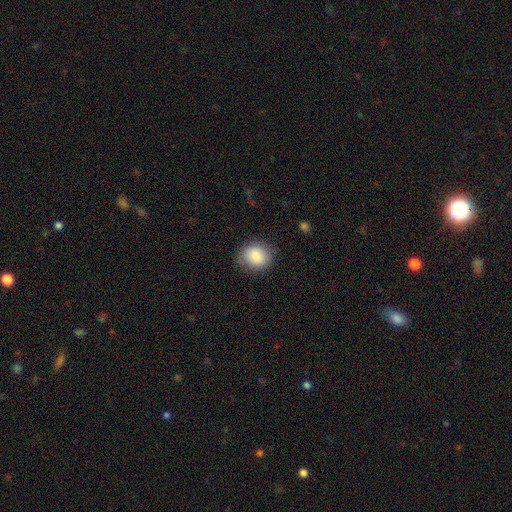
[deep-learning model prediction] smooth 86%, star or artifact 7%, featured or disk 6%. Down the decision tree: how rounded — round (66%); merging — none (79%).